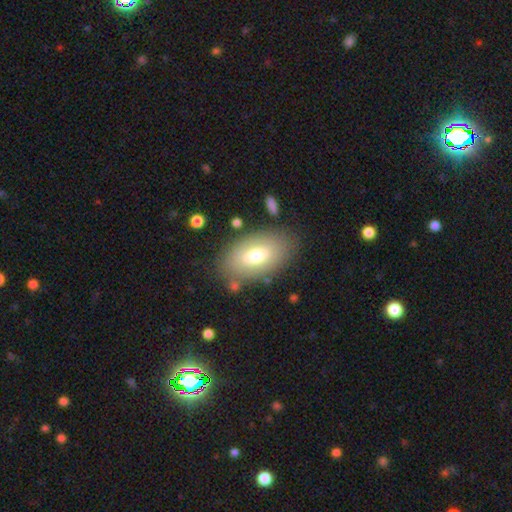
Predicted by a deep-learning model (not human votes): Smooth or featured: smooth — 68% (featured or disk — 25%)
How rounded: in between — 93% (round — 5%)
Merging: none — 79% (minor disturbance — 13%)